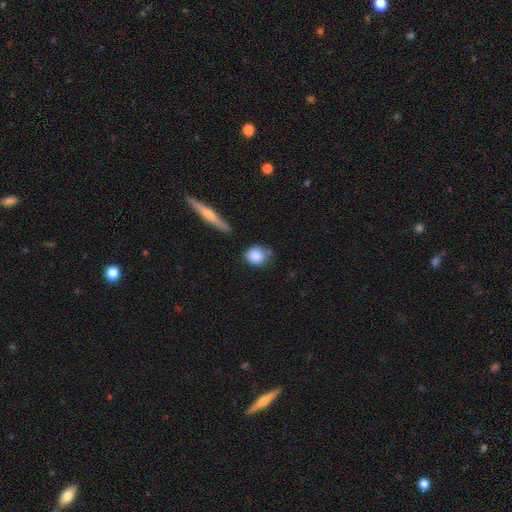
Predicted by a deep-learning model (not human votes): smooth_or_featured: smooth (p=0.86) [alt: star or artifact p=0.07]
how_rounded: round (p=0.77) [alt: in between p=0.20]
merging: none (p=0.65) [alt: minor disturbance p=0.21]